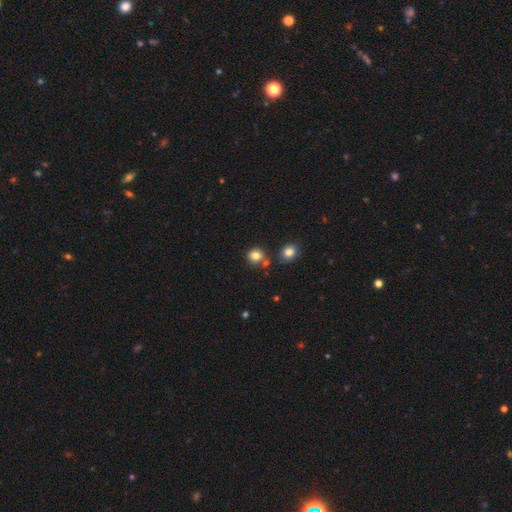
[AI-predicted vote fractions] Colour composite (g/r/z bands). It shows a smooth galaxy with no disk features (82%) that is round (86%). Merging: none (74%).